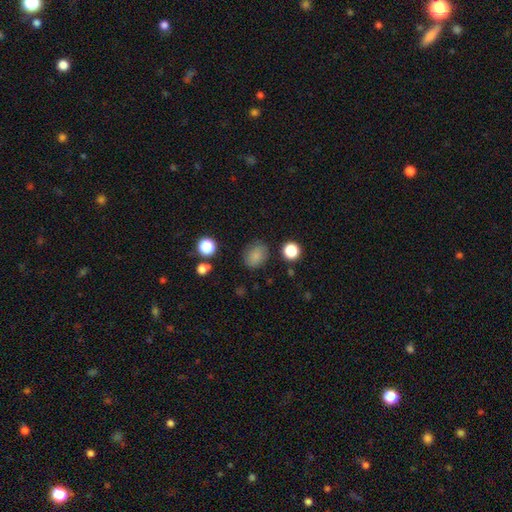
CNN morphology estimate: Smooth or featured? smooth (82%)
How rounded? in between (52%)
Merging? none (81%)